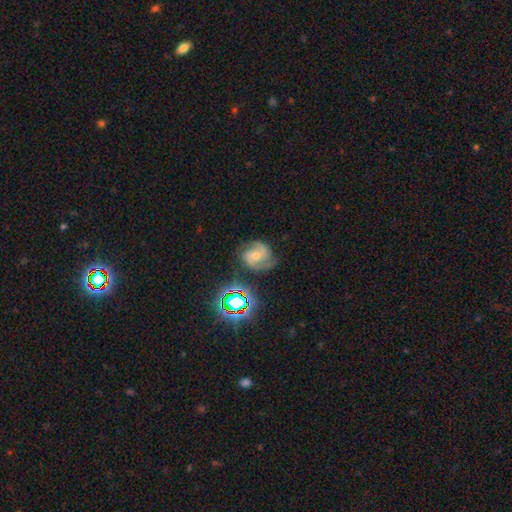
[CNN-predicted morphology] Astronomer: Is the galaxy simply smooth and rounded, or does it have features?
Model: featured or disk — 77%.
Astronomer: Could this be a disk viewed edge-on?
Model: no — 98%.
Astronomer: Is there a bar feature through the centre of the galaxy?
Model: no — 49% (runner-up: weak, 37%).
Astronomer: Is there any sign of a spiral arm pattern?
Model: yes — 97%.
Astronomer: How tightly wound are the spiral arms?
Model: medium — 50% (runner-up: tight, 37%).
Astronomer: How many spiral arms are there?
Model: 2 — 59%.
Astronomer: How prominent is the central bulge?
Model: small — 52% (runner-up: moderate, 43%).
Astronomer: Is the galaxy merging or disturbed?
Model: none — 71%.